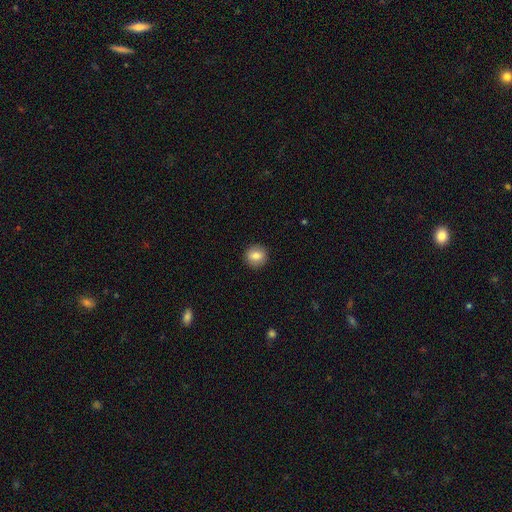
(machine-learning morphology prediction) Smooth or featured? Predicted: smooth (p=0.82). How rounded? Predicted: round (p=0.87). Merging? Predicted: none (p=0.91).